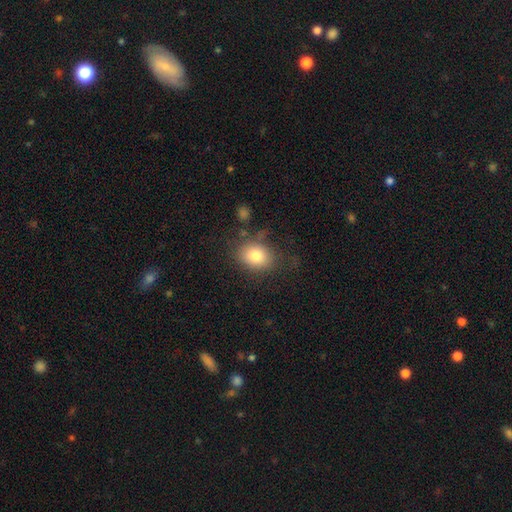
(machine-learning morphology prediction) The model was most divided on "how rounded": in between: 57%, round: 42%, cigar-shaped: 1%. More confident: smooth or featured — smooth (79%); merging — none (70%).